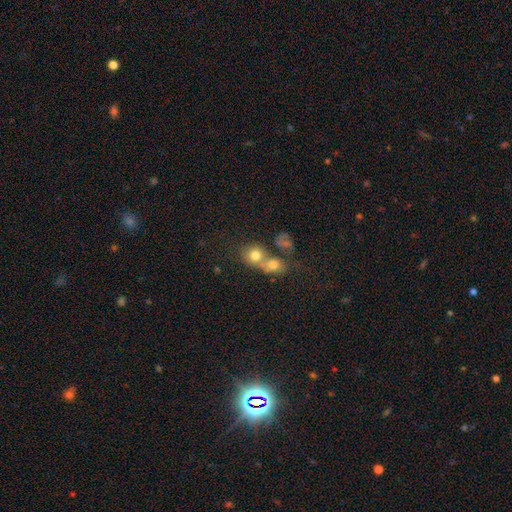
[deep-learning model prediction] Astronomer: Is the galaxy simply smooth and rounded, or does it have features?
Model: smooth — 73%.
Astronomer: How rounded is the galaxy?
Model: round — 78%.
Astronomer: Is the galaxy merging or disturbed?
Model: merger — 55% (runner-up: none, 34%).